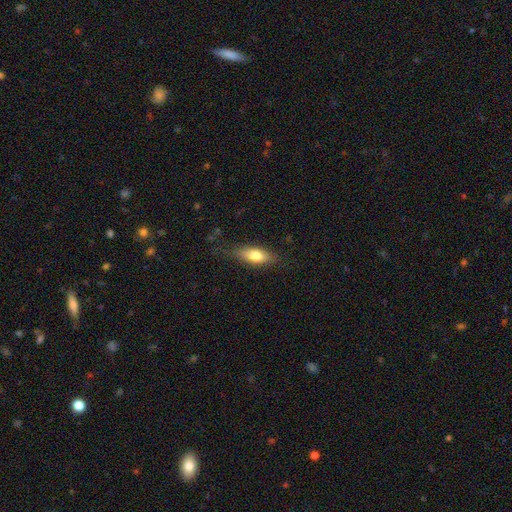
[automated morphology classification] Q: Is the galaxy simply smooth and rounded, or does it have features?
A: smooth — 71%.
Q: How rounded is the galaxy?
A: in between — 71%.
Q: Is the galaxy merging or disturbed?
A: none — 78%.